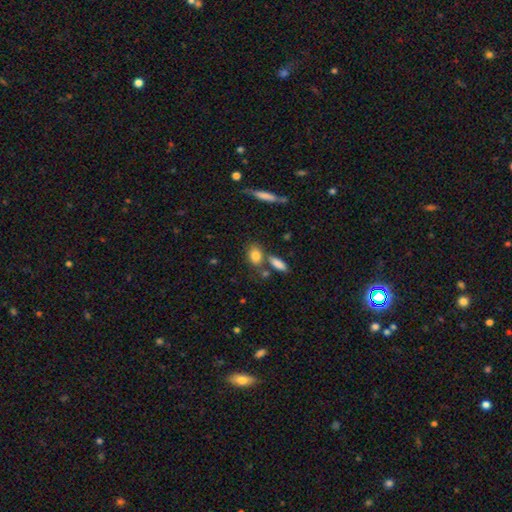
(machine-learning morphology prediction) smooth 82%, featured or disk 10%, star or artifact 9%. Down the decision tree: how rounded — in between (72%); merging — none (60%).